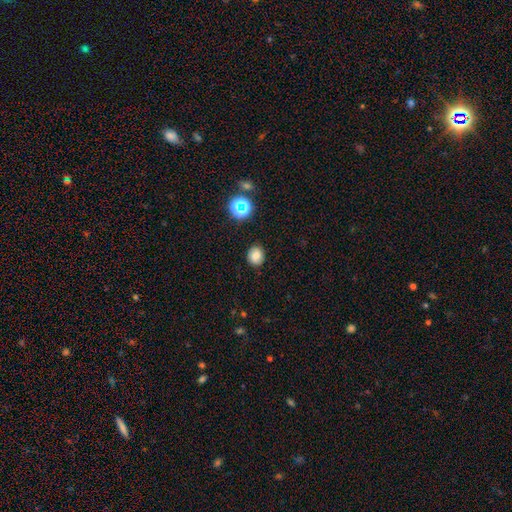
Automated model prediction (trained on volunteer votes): smooth-or-featured: smooth: 76% | star or artifact: 14% | featured or disk: 10%
  how-rounded: round: 69% | in between: 30% | cigar-shaped: 1%
  merging: none: 86% | minor disturbance: 10% | major disturbance: 3% | merger: 2%